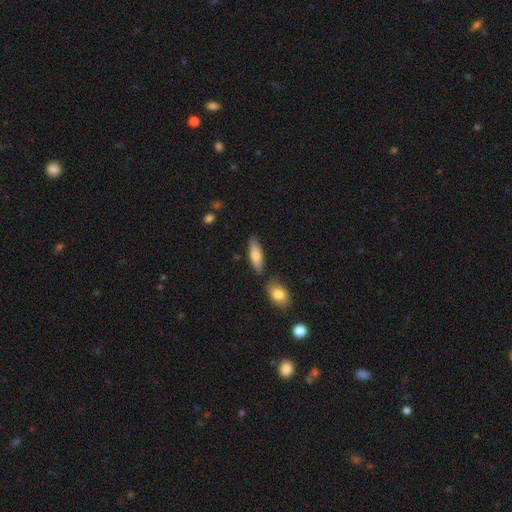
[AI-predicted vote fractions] smooth_or_featured: smooth (p=0.75) [alt: featured or disk p=0.19]
how_rounded: in between (p=0.59) [alt: cigar-shaped p=0.39]
merging: none (p=0.78) [alt: minor disturbance p=0.12]